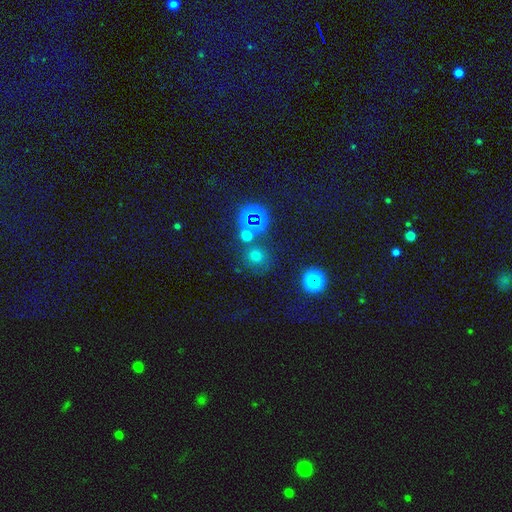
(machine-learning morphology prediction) A smooth galaxy with no disk features (60%) that is round (89%).

Vote fractions:
- Smooth or featured? smooth: 60% / star or artifact: 31% / featured or disk: 9%
- How rounded? round: 89% / in between: 10% / cigar-shaped: 1%
- Merging? none: 72% / merger: 13% / minor disturbance: 10% / major disturbance: 5%